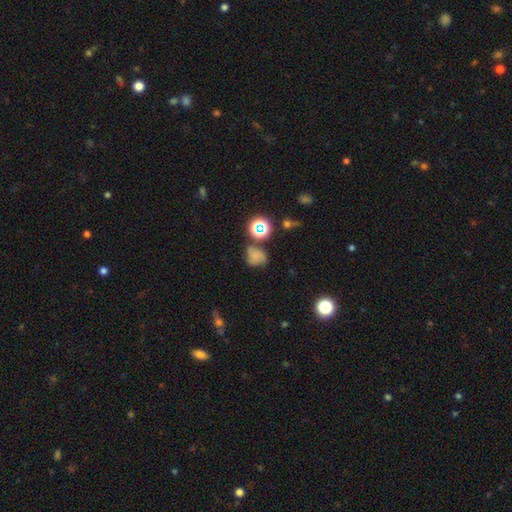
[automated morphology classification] Q: Smooth or featured?
A: smooth (59%); runner-up: star or artifact (24%)
Q: How rounded?
A: round (63%); runner-up: in between (35%)
Q: Merging?
A: none (48%); runner-up: minor disturbance (25%)